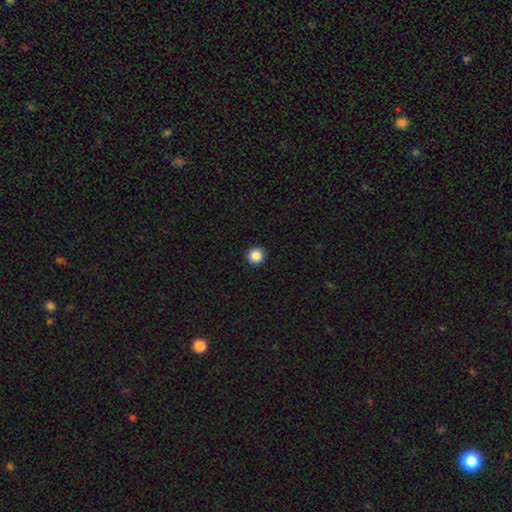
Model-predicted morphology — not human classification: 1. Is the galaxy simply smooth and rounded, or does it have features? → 87% smooth, 10% star or artifact, 3% featured or disk.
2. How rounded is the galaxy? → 97% round, 3% in between, 1% cigar-shaped.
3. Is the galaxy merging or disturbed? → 94% none, 4% minor disturbance, 1% major disturbance, 1% merger.